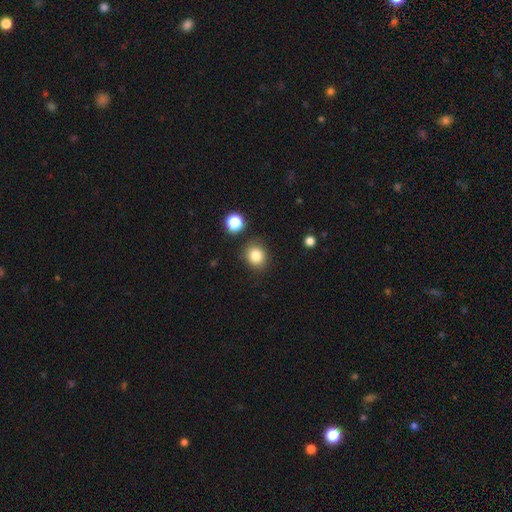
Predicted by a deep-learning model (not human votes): Smooth or featured?
  - smooth: 83% *
  - star or artifact: 11%
  - featured or disk: 6%
How rounded?
  - round: 80% *
  - in between: 19%
  - cigar-shaped: 1%
Merging?
  - none: 84% *
  - minor disturbance: 10%
  - merger: 3%
  - major disturbance: 3%